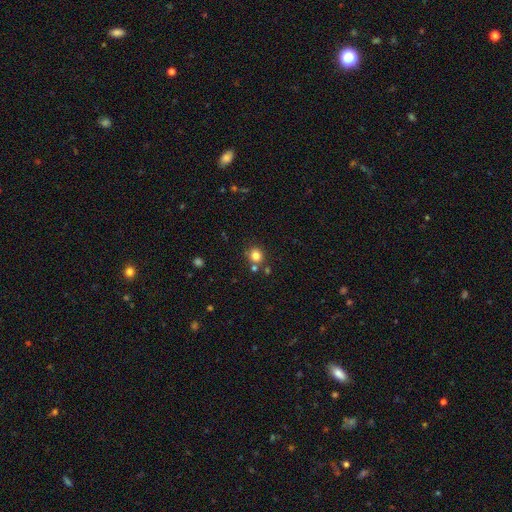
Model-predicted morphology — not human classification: A smooth galaxy with no disk features (81%) that is round (85%).

Vote fractions:
- Smooth or featured? smooth: 81% / star or artifact: 13% / featured or disk: 6%
- How rounded? round: 85% / in between: 14% / cigar-shaped: 1%
- Merging? none: 73% / merger: 14% / minor disturbance: 10% / major disturbance: 3%